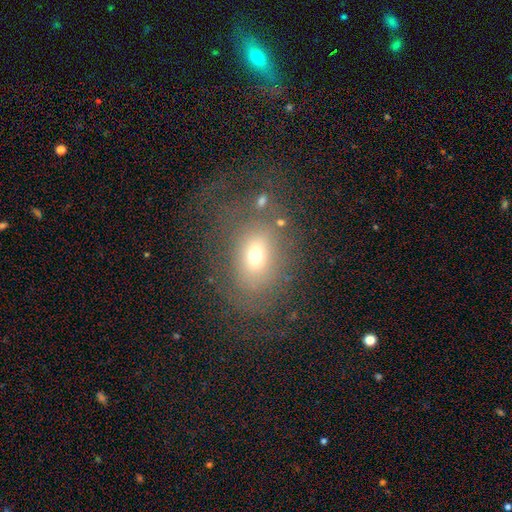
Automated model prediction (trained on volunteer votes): smooth_or_featured: smooth (p=0.57) [alt: featured or disk p=0.27]
how_rounded: in between (p=0.57) [alt: round p=0.41]
merging: none (p=0.53) [alt: major disturbance p=0.25]